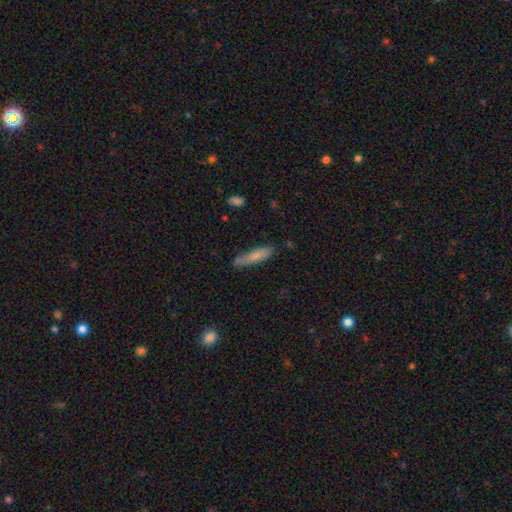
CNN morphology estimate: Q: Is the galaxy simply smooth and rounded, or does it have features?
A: smooth — 75%.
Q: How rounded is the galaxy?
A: cigar-shaped — 78%.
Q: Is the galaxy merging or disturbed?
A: none — 67%.